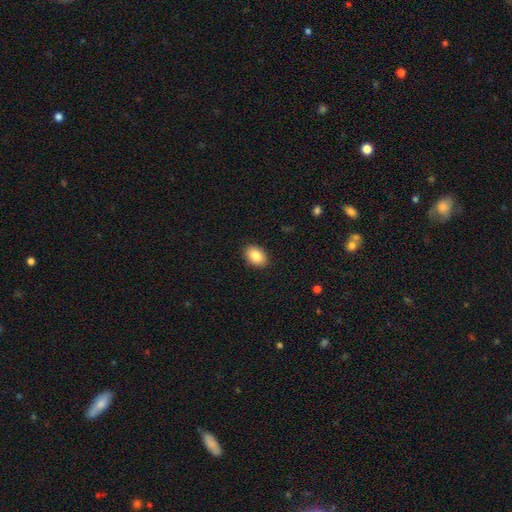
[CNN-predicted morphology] A smooth galaxy with no disk features (87%) that is in between round and cigar-shaped (85%).

Vote fractions:
- Smooth or featured? smooth: 87% / star or artifact: 7% / featured or disk: 6%
- How rounded? in between: 85% / round: 14% / cigar-shaped: 1%
- Merging? none: 90% / minor disturbance: 7% / major disturbance: 2% / merger: 1%